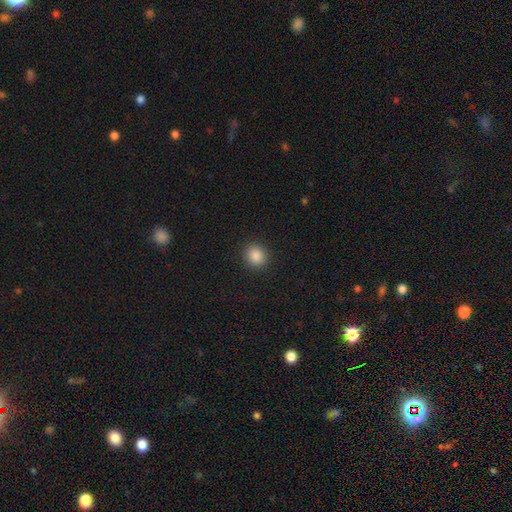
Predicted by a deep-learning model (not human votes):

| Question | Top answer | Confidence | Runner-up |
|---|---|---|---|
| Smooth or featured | smooth | 87% | star or artifact (9%) |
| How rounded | round | 79% | in between (20%) |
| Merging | none | 91% | minor disturbance (6%) |